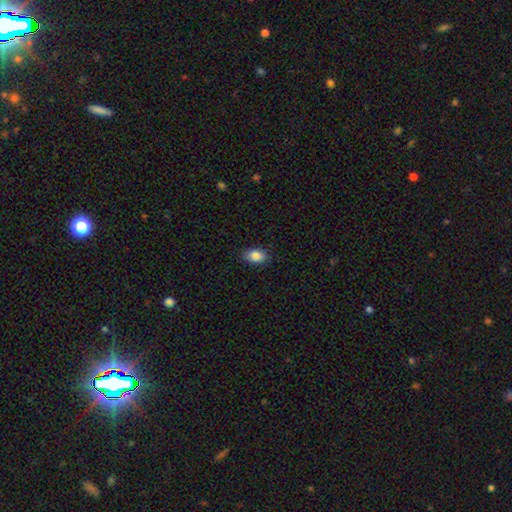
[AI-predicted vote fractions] The model was most divided on "merging": none: 86%, minor disturbance: 11%, major disturbance: 2%, merger: 1%. More confident: how rounded — in between (87%); smooth or featured — smooth (86%).